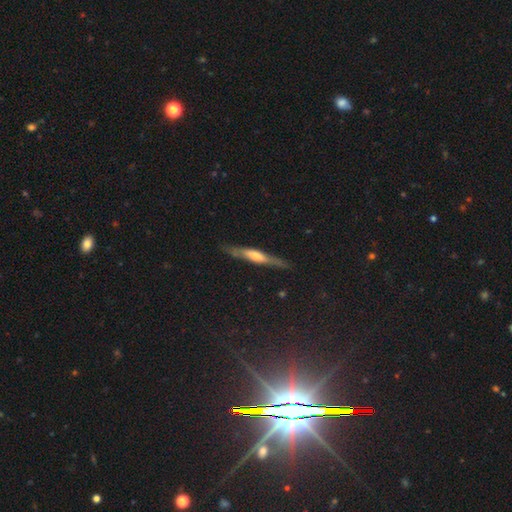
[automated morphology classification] Q: Smooth or featured?
A: featured or disk (62%); runner-up: smooth (31%)
Q: Edge-on disk?
A: yes (91%); runner-up: no (9%)
Q: Edge-on bulge?
A: rounded (59%); runner-up: boxy (23%)
Q: Merging?
A: none (81%); runner-up: minor disturbance (14%)